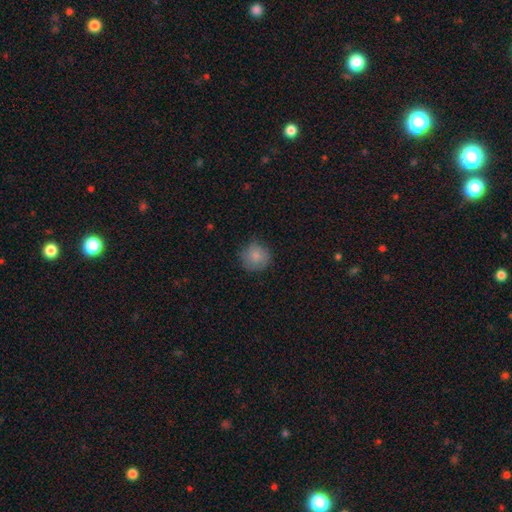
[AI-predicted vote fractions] Smooth or featured? smooth (82%)
How rounded? round (91%)
Merging? none (75%)